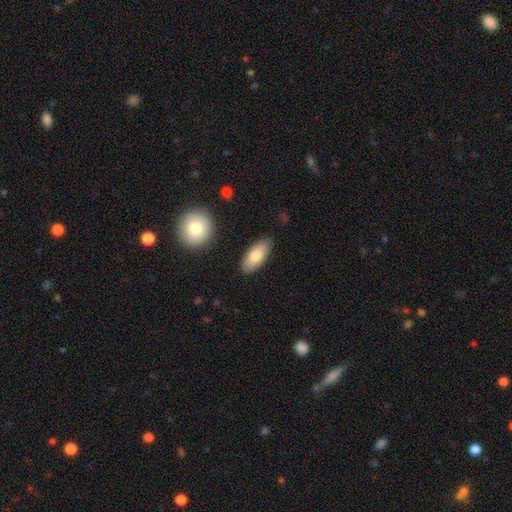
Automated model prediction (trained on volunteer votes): smooth_or_featured: smooth (p=0.80) [alt: featured or disk p=0.14]
how_rounded: in between (p=0.84) [alt: cigar-shaped p=0.14]
merging: none (p=0.85) [alt: minor disturbance p=0.10]